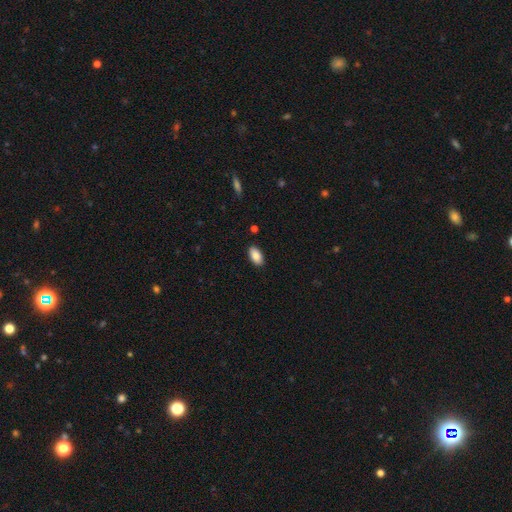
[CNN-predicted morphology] Smooth or featured? smooth (87%)
How rounded? in between (94%)
Merging? none (89%)